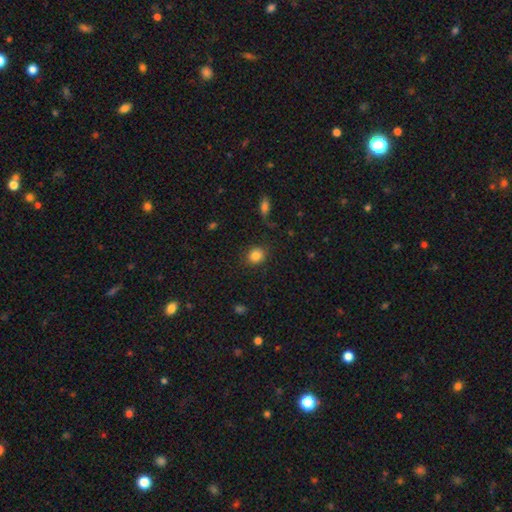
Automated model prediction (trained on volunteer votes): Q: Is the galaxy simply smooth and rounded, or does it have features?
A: smooth — 84%.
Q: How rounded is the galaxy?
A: round — 77%.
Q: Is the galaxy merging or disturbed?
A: none — 87%.